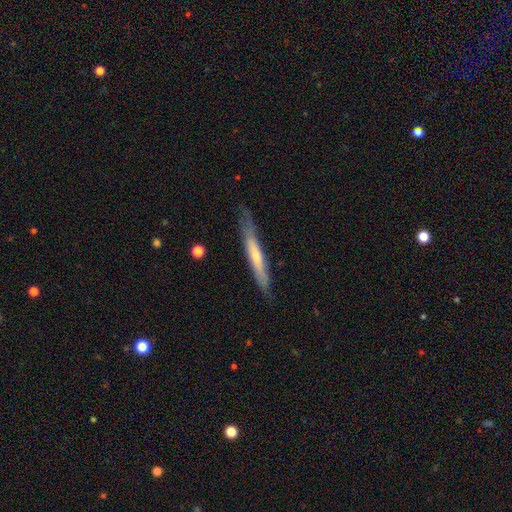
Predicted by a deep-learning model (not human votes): Smooth or featured?
  - featured or disk: 48% *
  - smooth: 46%
  - star or artifact: 5%
Merging?
  - none: 78% *
  - minor disturbance: 17%
  - major disturbance: 3%
  - merger: 1%